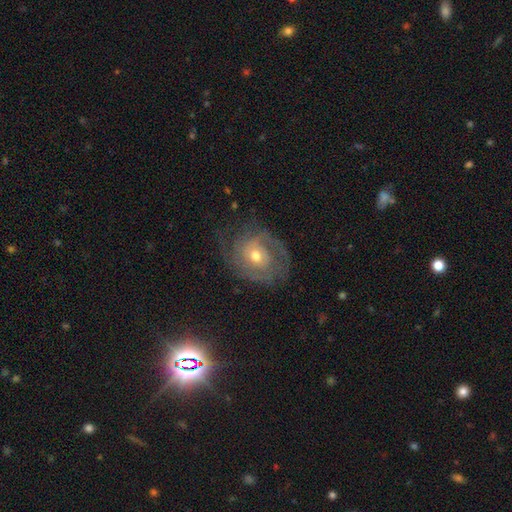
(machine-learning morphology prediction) Smooth or featured? featured or disk (74%)
Edge-on disk? no (96%)
Bar? no (75%)
Spiral arms? yes (83%)
Spiral winding? tight (52%)
Spiral arm count? 2 (36%)
Bulge size? moderate (64%)
Merging? none (63%)